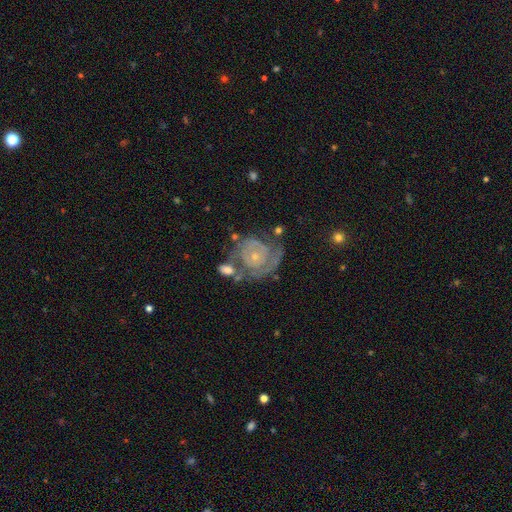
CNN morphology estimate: type=featured or disk (81%); edge-on=no (98%); bar=no (82%); spiral arms=yes (87%); winding=tight (74%); arm count=2 (36%); bulge=small (74%); merging=none (51%).